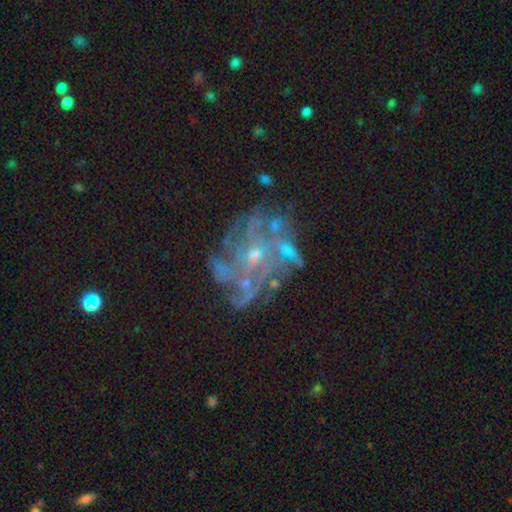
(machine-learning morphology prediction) Smooth or featured?
  - featured or disk: 79% *
  - star or artifact: 14%
  - smooth: 7%
Edge-on disk?
  - no: 97% *
  - yes: 3%
Bar?
  - no: 71% *
  - weak: 23%
  - strong: 6%
Spiral arms?
  - yes: 85% *
  - no: 15%
Spiral winding?
  - tight: 43% *
  - medium: 38%
  - loose: 20%
Spiral arm count?
  - can't tell: 33% *
  - more than 4: 22%
  - 4: 18%
  - 3: 11%
  - 2: 9%
  - 1: 7%
Bulge size?
  - small: 64% *
  - moderate: 30%
  - none: 3%
  - large: 1%
  - dominant: 1%
Merging?
  - none: 67% *
  - minor disturbance: 16%
  - major disturbance: 14%
  - merger: 4%